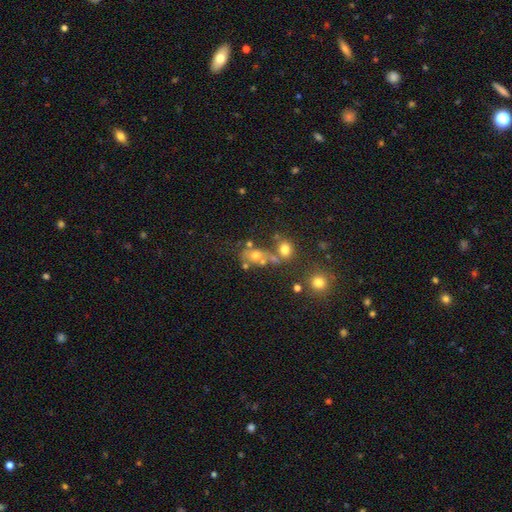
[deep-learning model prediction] Smooth or featured? smooth (58%)
How rounded? in between (52%)
Merging? none (39%)